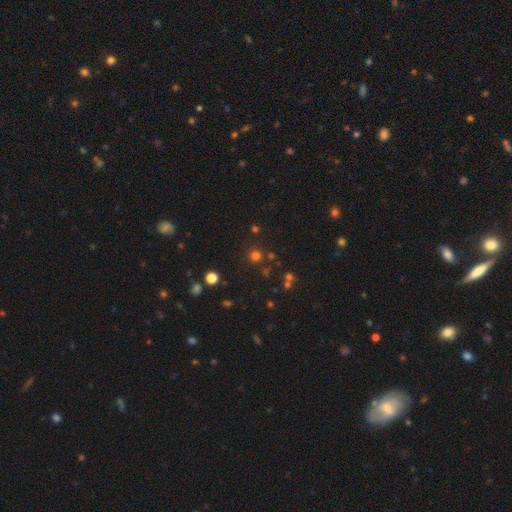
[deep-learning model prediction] This is likely a smooth galaxy (68%). How rounded: clearly round (94%). Merging: clearly none (84%).